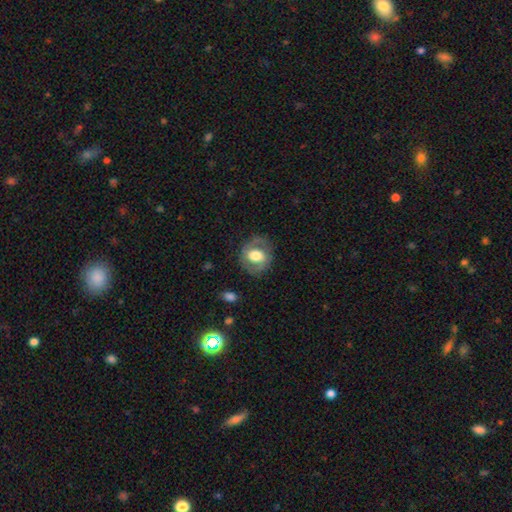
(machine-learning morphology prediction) smooth-or-featured: featured or disk: 51% | smooth: 42% | star or artifact: 7%
  disk-edge-on: no: 95% | yes: 5%
  merging: none: 76% | minor disturbance: 15% | major disturbance: 8% | merger: 1%